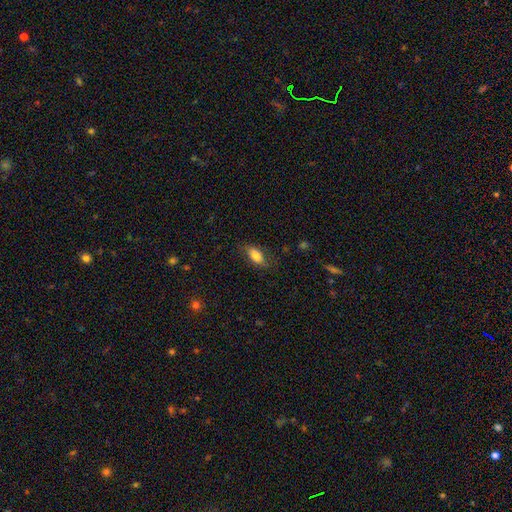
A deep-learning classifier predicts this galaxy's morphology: A smooth galaxy with no disk features (76%) that is in between round and cigar-shaped (88%).

Vote fractions:
- Smooth or featured? smooth: 76% / featured or disk: 16% / star or artifact: 8%
- How rounded? in between: 88% / cigar-shaped: 6% / round: 5%
- Merging? none: 69% / minor disturbance: 21% / major disturbance: 8% / merger: 1%